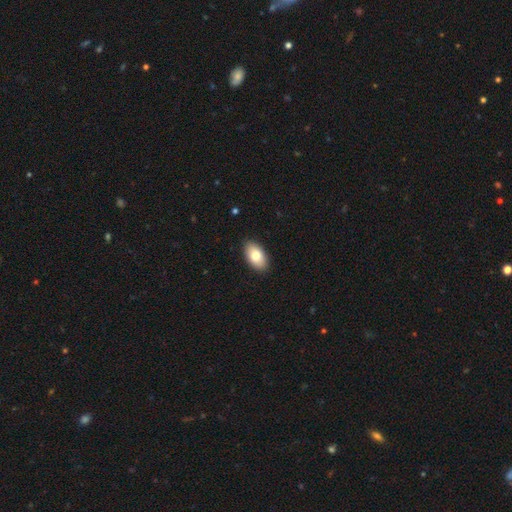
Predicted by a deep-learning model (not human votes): A smooth galaxy with no disk features (79%) that is in between round and cigar-shaped (94%).

Vote fractions:
- Smooth or featured? smooth: 79% / featured or disk: 14% / star or artifact: 7%
- How rounded? in between: 94% / round: 4% / cigar-shaped: 2%
- Merging? none: 89% / minor disturbance: 8% / major disturbance: 2% / merger: 1%